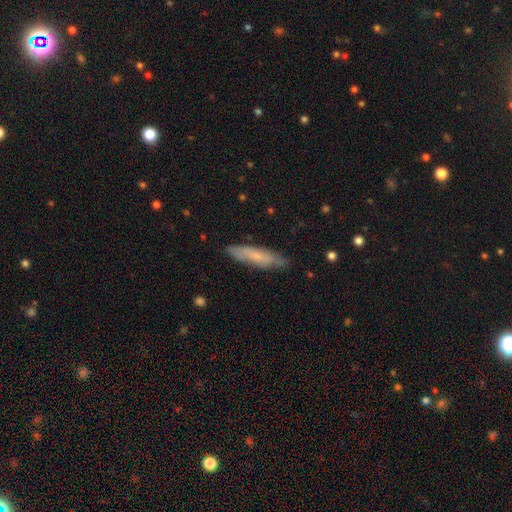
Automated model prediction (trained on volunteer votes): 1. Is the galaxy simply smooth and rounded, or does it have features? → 58% smooth, 36% featured or disk, 6% star or artifact.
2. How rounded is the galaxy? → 75% cigar-shaped, 23% in between, 1% round.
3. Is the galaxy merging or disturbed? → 80% none, 15% minor disturbance, 3% major disturbance, 1% merger.